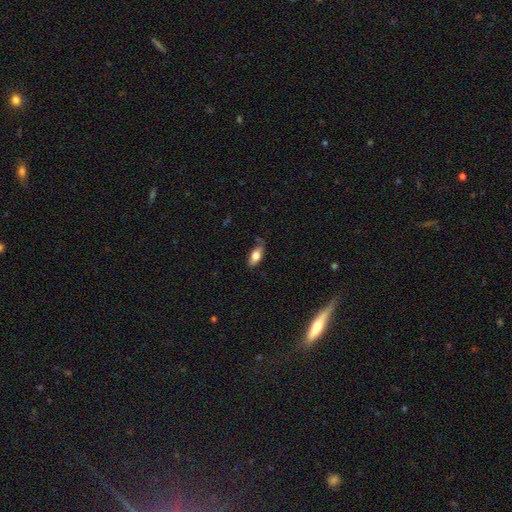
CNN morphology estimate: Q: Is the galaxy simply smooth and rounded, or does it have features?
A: smooth — 76%.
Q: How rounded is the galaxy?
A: in between — 84%.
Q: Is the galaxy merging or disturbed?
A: none — 63%.